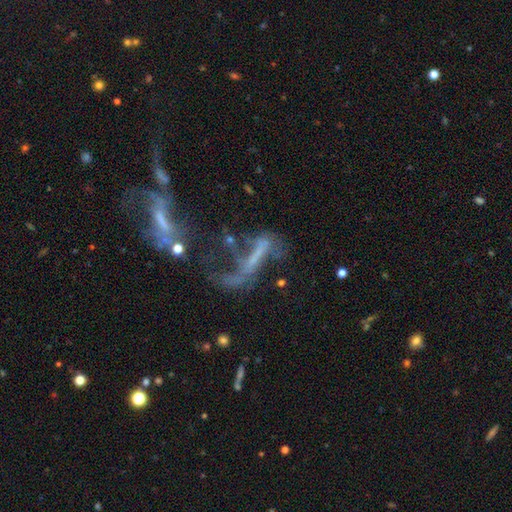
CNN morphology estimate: A featured or disk galaxy (57%). Merging: merger (39%).